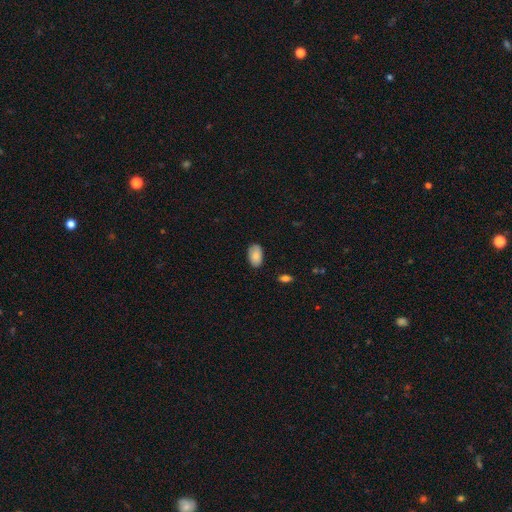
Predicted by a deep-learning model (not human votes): smooth_or_featured: smooth (p=0.84) [alt: featured or disk p=0.09]
how_rounded: in between (p=0.94) [alt: round p=0.05]
merging: none (p=0.84) [alt: minor disturbance p=0.13]